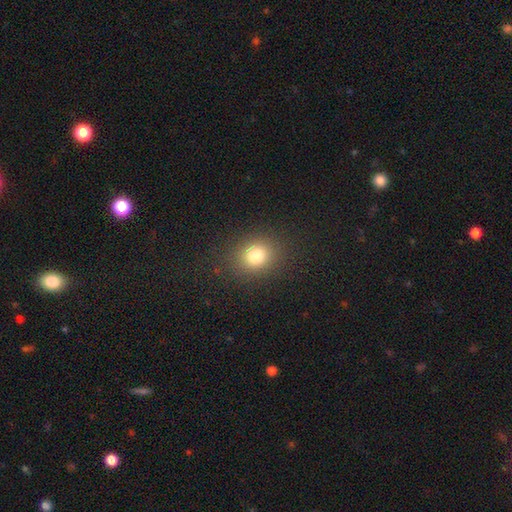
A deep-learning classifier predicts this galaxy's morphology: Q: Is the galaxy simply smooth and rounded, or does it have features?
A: smooth — 78%.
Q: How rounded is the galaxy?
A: round — 70%.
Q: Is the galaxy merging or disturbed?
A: none — 87%.